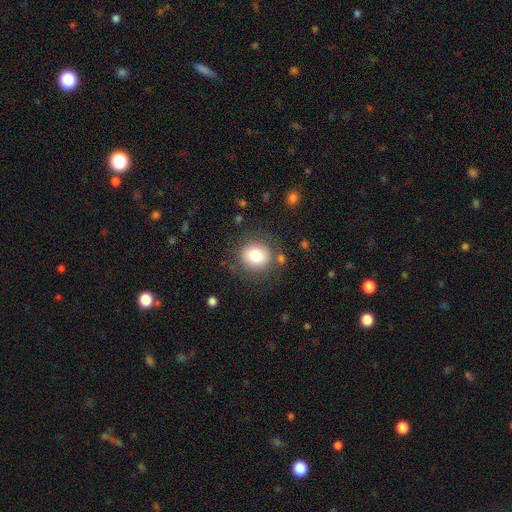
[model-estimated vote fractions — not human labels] smooth 78%, featured or disk 12%, star or artifact 10%. Down the decision tree: how rounded — round (88%); merging — none (82%).